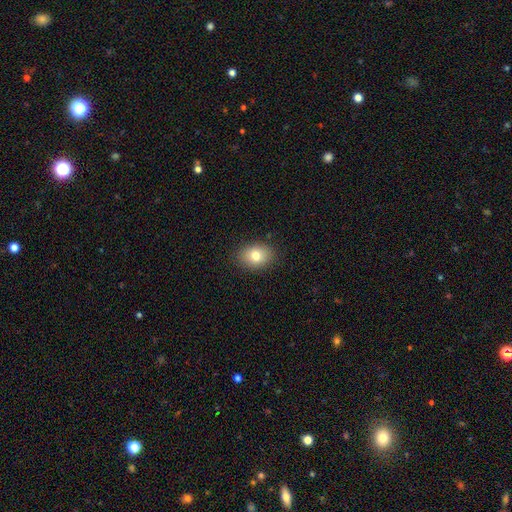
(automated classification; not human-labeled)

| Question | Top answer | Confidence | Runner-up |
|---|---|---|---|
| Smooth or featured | smooth | 79% | featured or disk (11%) |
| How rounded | in between | 72% | round (27%) |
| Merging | none | 88% | minor disturbance (9%) |